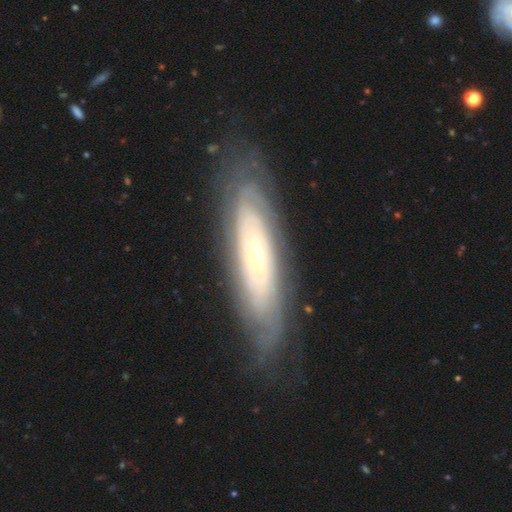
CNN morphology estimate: Q: Smooth or featured?
A: featured or disk (76%); runner-up: smooth (18%)
Q: Edge-on disk?
A: no (76%); runner-up: yes (24%)
Q: Bar?
A: no (83%); runner-up: weak (12%)
Q: Spiral arms?
A: yes (77%); runner-up: no (23%)
Q: Bulge size?
A: small (72%); runner-up: moderate (23%)
Q: Merging?
A: none (79%); runner-up: minor disturbance (14%)